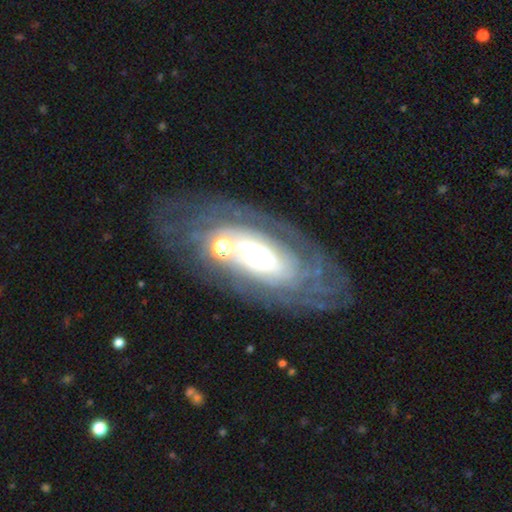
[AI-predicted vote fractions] This appears to be a featured or disk galaxy (78%) with no bar (60%), tight (66%) spiral arms (86%) and a large central bulge (38%). Merging: none (58%).